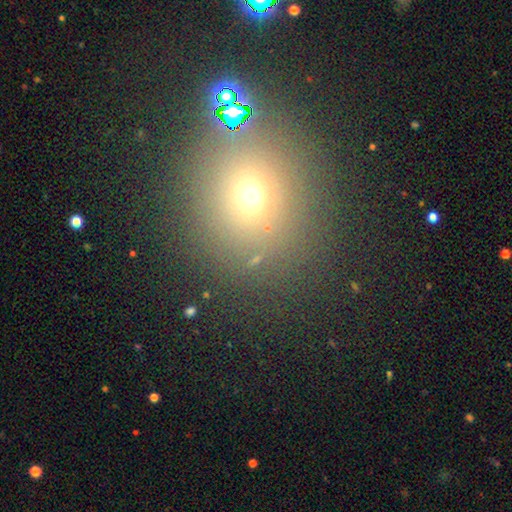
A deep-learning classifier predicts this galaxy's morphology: Q: Smooth or featured?
A: smooth (62%); runner-up: star or artifact (29%)
Q: How rounded?
A: round (83%); runner-up: in between (16%)
Q: Merging?
A: none (79%); runner-up: minor disturbance (9%)